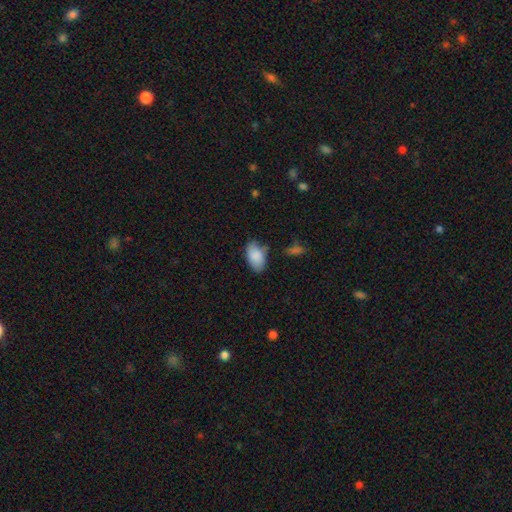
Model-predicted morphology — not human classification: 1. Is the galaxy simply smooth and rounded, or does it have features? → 86% smooth, 7% featured or disk, 7% star or artifact.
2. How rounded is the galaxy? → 93% in between, 5% round, 2% cigar-shaped.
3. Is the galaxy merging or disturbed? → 62% none, 26% minor disturbance, 6% major disturbance, 5% merger.